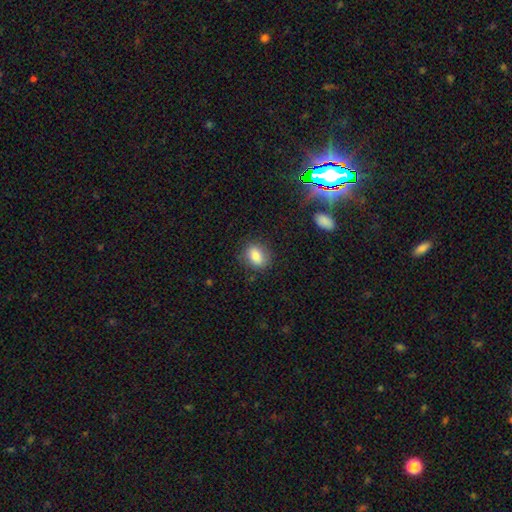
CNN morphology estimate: A smooth galaxy with no disk features (84%) that is in between round and cigar-shaped (69%). Merging: none (81%).